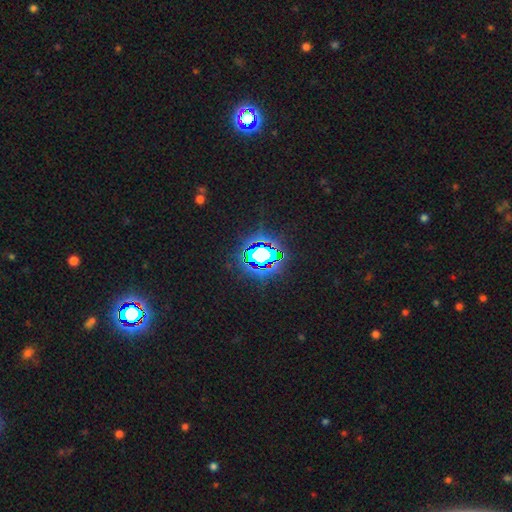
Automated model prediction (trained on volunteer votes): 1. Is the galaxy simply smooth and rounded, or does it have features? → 82% star or artifact, 11% smooth, 7% featured or disk.